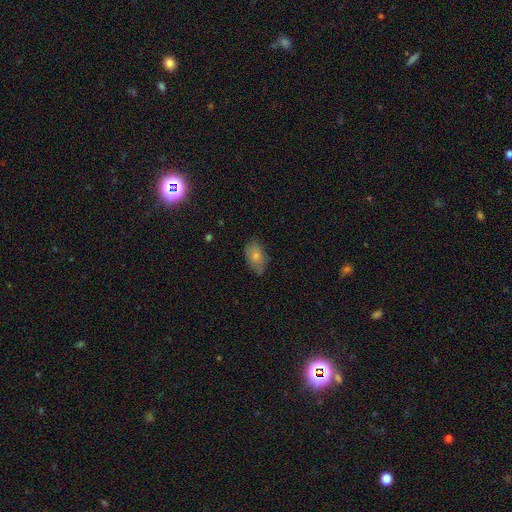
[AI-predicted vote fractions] This is likely a smooth galaxy (77%). How rounded: clearly in between (90%). Merging: likely none (63%).